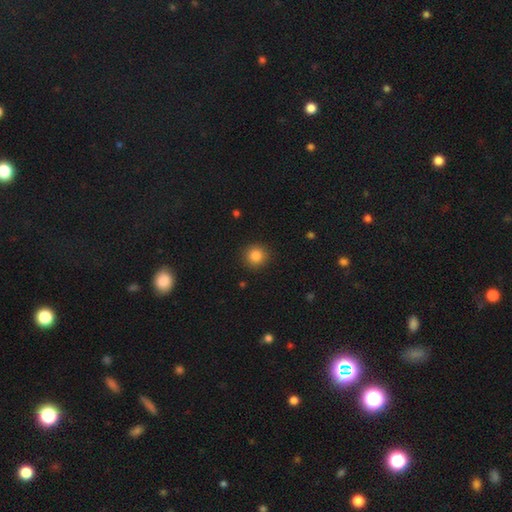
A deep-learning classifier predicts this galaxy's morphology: Smooth or featured? Predicted: smooth (p=0.85). How rounded? Predicted: round (p=0.93). Merging? Predicted: none (p=0.91).